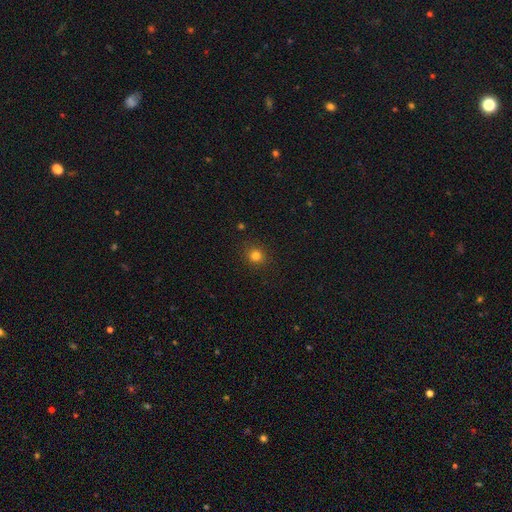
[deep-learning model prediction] Overall: smooth (81%). How rounded: round (90%). Merging: none (90%).